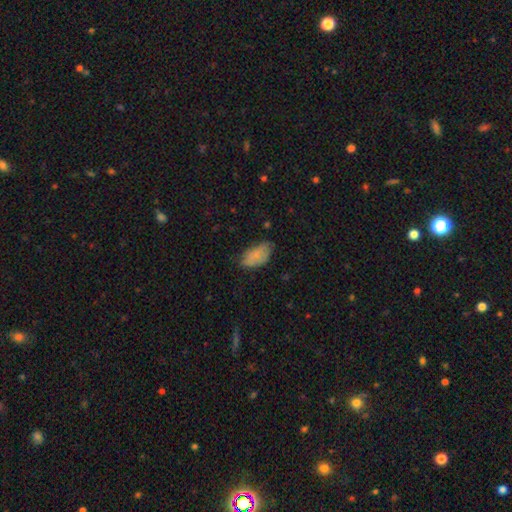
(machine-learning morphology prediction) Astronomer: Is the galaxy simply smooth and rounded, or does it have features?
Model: smooth — 79%.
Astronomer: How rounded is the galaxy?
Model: in between — 94%.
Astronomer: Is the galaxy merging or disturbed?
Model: none — 59%.